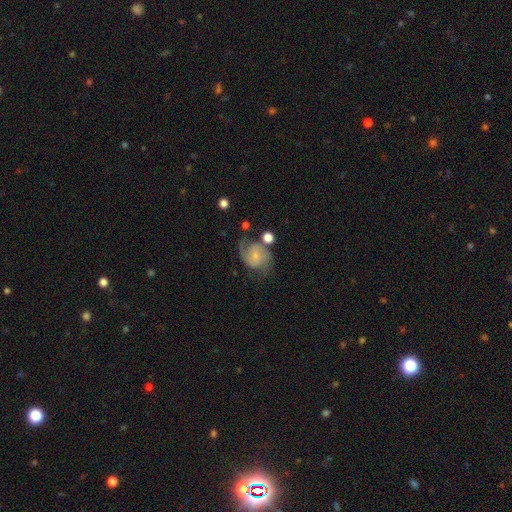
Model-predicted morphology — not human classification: smooth-or-featured: featured or disk: 77% | smooth: 16% | star or artifact: 7%
  disk-edge-on: no: 98% | yes: 2%
    bar: no: 59% | weak: 35% | strong: 6%
    has-spiral-arms: yes: 95% | no: 5%
      spiral-winding: medium: 51% | loose: 26% | tight: 23%
      spiral-arm-count: 2: 86% | can't tell: 5% | 3: 3% | 1: 3% | 4: 1% | more than 4: 1%
    bulge-size: small: 60% | moderate: 21% | none: 15% | large: 3% | dominant: 1%
  merging: none: 60% | minor disturbance: 20% | major disturbance: 12% | merger: 8%